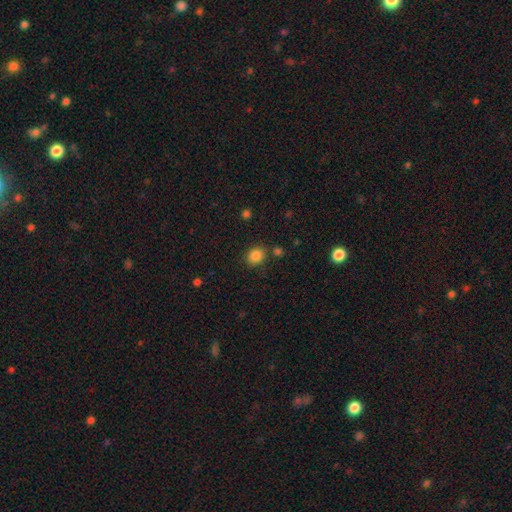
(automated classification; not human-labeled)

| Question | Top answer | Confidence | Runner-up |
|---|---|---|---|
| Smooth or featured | smooth | 85% | star or artifact (11%) |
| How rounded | round | 66% | in between (33%) |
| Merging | none | 80% | minor disturbance (11%) |